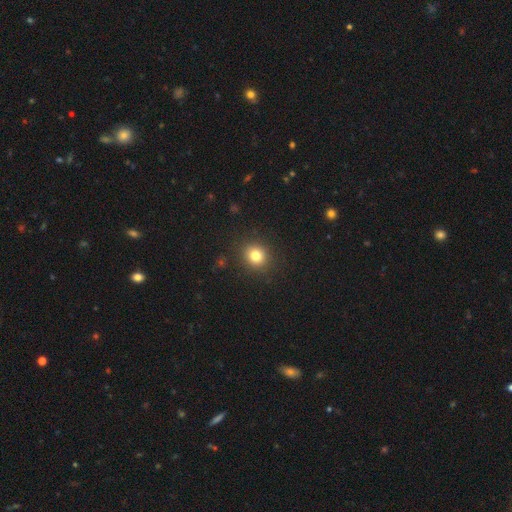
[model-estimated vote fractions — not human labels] Smooth or featured? smooth (80%)
How rounded? round (84%)
Merging? none (89%)